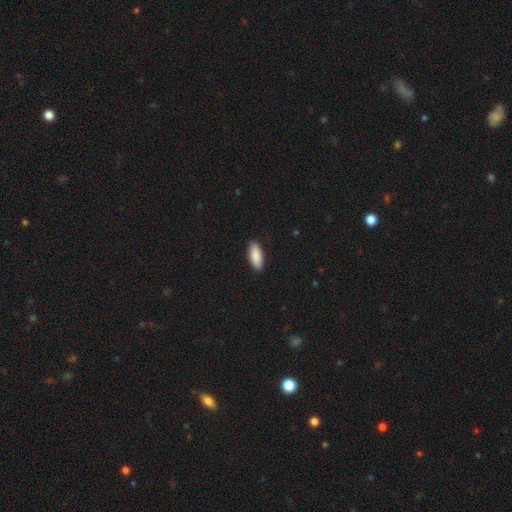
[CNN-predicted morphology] Smooth or featured? smooth (89%)
How rounded? in between (81%)
Merging? none (90%)